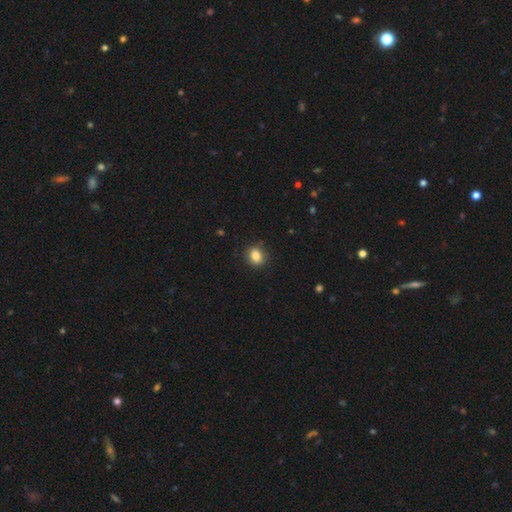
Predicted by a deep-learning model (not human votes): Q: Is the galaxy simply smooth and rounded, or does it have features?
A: smooth — 85%.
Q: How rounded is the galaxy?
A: in between — 49%, tied with round.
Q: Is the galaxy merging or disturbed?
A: none — 83%.